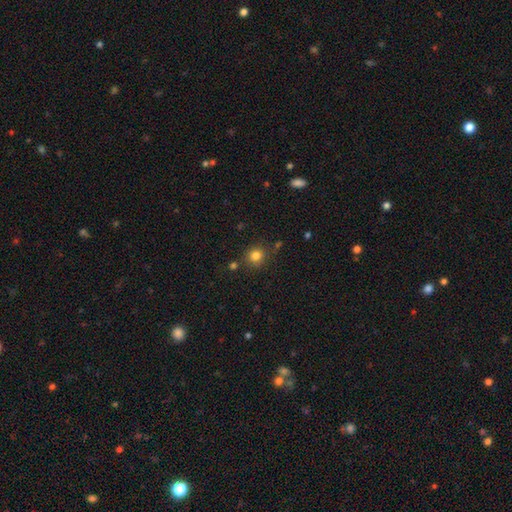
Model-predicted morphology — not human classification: The model was most divided on "smooth or featured": smooth: 81%, star or artifact: 14%, featured or disk: 6%. More confident: how rounded — round (88%); merging — none (82%).